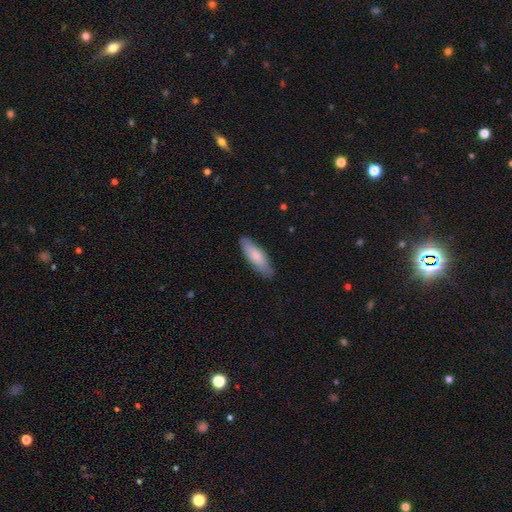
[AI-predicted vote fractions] Overall: smooth (75%). How rounded: in between (52%; cigar-shaped 47%). Merging: none (84%).